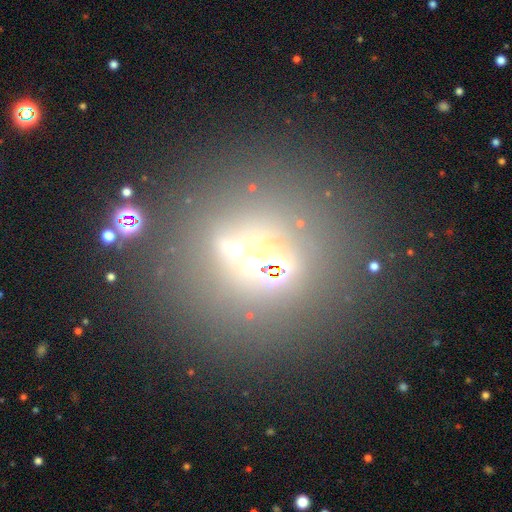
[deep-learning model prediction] smooth-or-featured: featured or disk: 52% | star or artifact: 33% | smooth: 16%
  disk-edge-on: yes: 68% | no: 32%
  merging: none: 78% | minor disturbance: 9% | major disturbance: 7% | merger: 6%